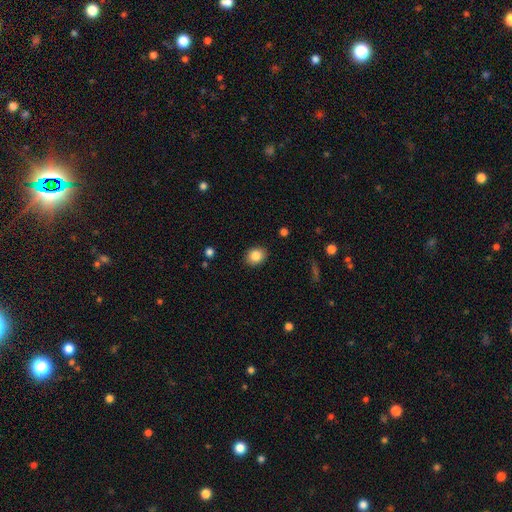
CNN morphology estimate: Overall: smooth (86%). How rounded: round (56%; in between 43%). Merging: none (89%).